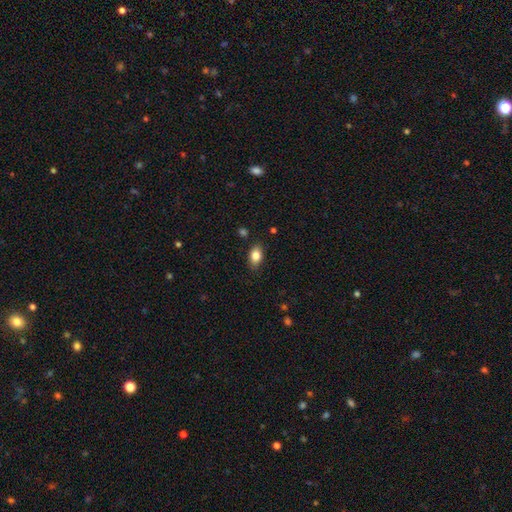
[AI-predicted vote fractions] This appears to be a smooth galaxy with no disk features (84%) that is in between round and cigar-shaped (88%). Merging: none (84%).